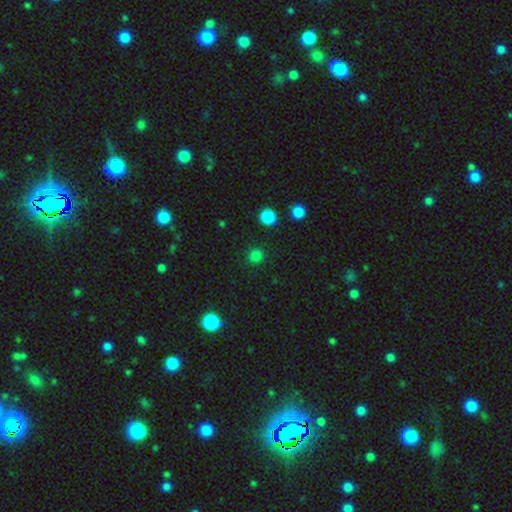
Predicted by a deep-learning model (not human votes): Morphology: type=smooth (79%); roundness=round (91%); merging=none (90%).